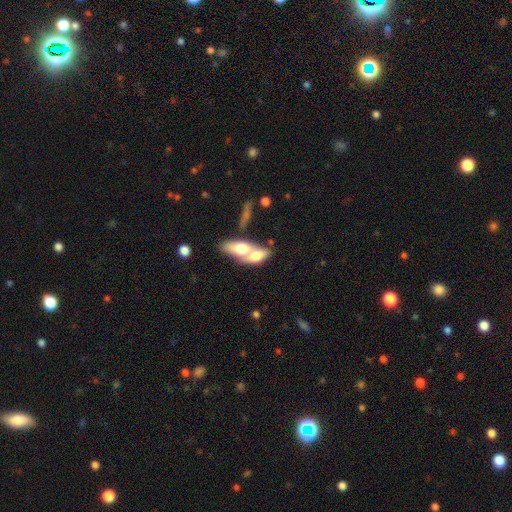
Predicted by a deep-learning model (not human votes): smooth-or-featured: smooth: 62% | featured or disk: 32% | star or artifact: 7%
  how-rounded: in between: 77% | cigar-shaped: 16% | round: 7%
  merging: merger: 75% | none: 15% | minor disturbance: 6% | major disturbance: 4%